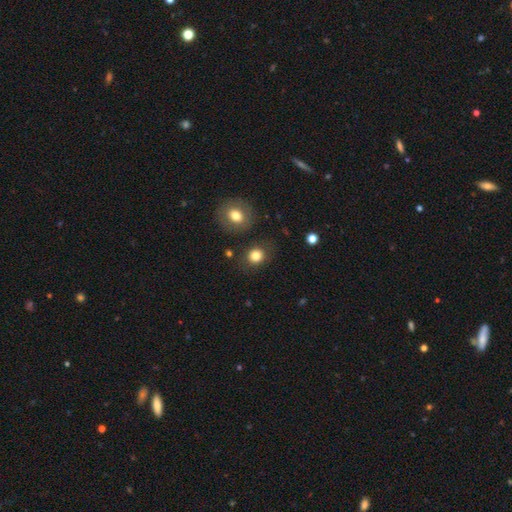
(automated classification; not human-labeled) Smooth or featured?
  - smooth: 82% *
  - star or artifact: 12%
  - featured or disk: 7%
How rounded?
  - round: 77% *
  - in between: 22%
  - cigar-shaped: 1%
Merging?
  - none: 82% *
  - minor disturbance: 11%
  - major disturbance: 4%
  - merger: 3%